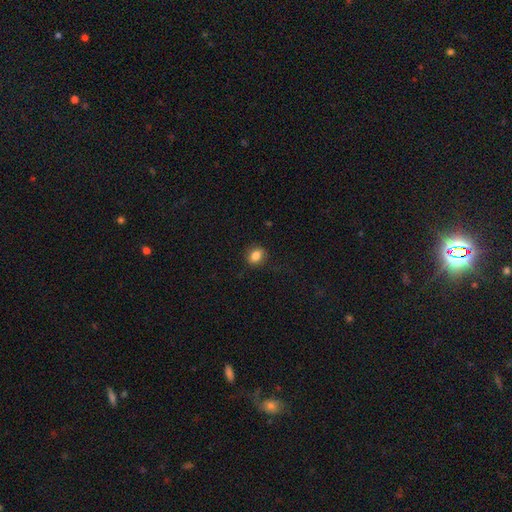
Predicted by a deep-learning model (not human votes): Smooth or featured?
  - smooth: 84% *
  - star or artifact: 10%
  - featured or disk: 6%
How rounded?
  - in between: 56% *
  - round: 42%
  - cigar-shaped: 1%
Merging?
  - none: 86% *
  - minor disturbance: 10%
  - major disturbance: 3%
  - merger: 1%